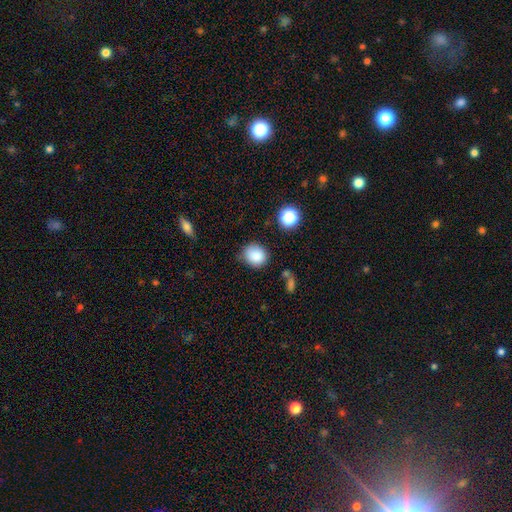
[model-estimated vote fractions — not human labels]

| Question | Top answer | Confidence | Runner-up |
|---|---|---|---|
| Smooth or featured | smooth | 86% | star or artifact (10%) |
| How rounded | round | 69% | in between (30%) |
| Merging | none | 74% | minor disturbance (18%) |